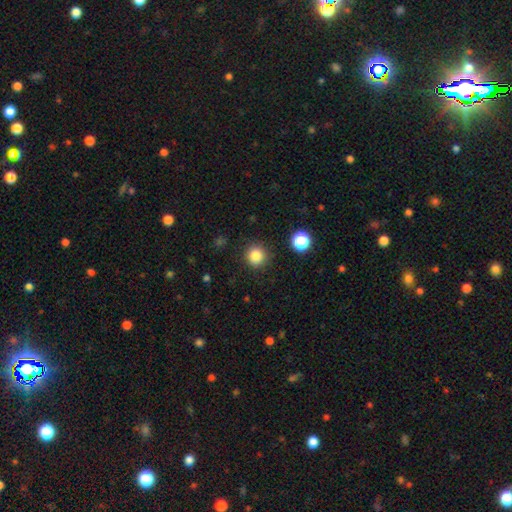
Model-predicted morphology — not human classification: The model was most divided on "smooth or featured": smooth: 84%, star or artifact: 12%, featured or disk: 4%. More confident: how rounded — round (93%); merging — none (89%).